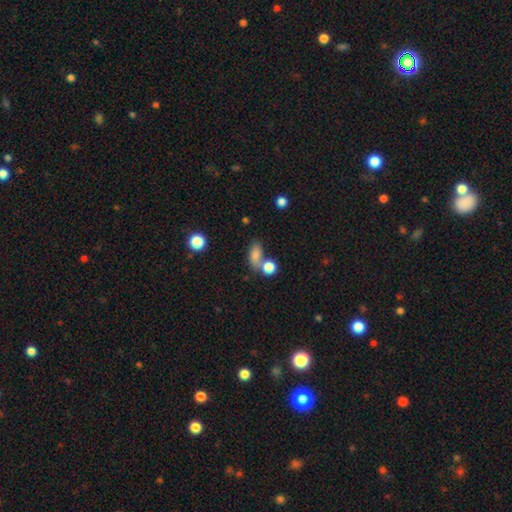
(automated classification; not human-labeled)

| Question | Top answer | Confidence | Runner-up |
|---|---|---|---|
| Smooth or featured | smooth | 78% | star or artifact (12%) |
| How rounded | in between | 77% | round (16%) |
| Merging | none | 43% | merger (34%) |